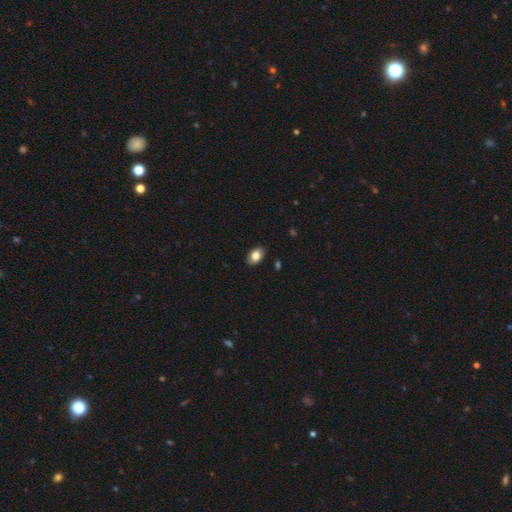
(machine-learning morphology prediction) A smooth galaxy with no disk features (83%) that is in between round and cigar-shaped (88%).

Vote fractions:
- Smooth or featured? smooth: 83% / featured or disk: 9% / star or artifact: 8%
- How rounded? in between: 88% / round: 10% / cigar-shaped: 1%
- Merging? none: 88% / minor disturbance: 9% / major disturbance: 2% / merger: 1%